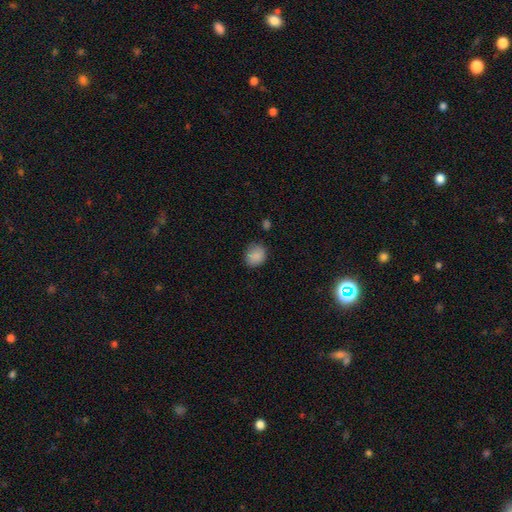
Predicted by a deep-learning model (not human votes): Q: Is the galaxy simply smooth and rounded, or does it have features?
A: smooth — 87%.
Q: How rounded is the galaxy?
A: round — 67%.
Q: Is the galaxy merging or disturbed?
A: none — 78%.